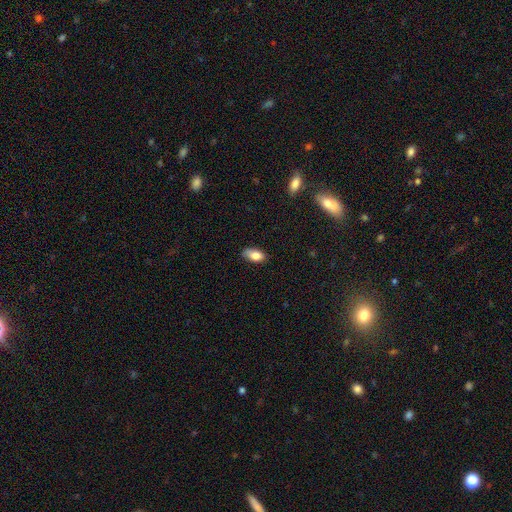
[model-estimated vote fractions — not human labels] smooth-or-featured: smooth: 83% | featured or disk: 9% | star or artifact: 8%
  how-rounded: in between: 91% | round: 5% | cigar-shaped: 4%
  merging: none: 78% | minor disturbance: 18% | major disturbance: 3% | merger: 1%